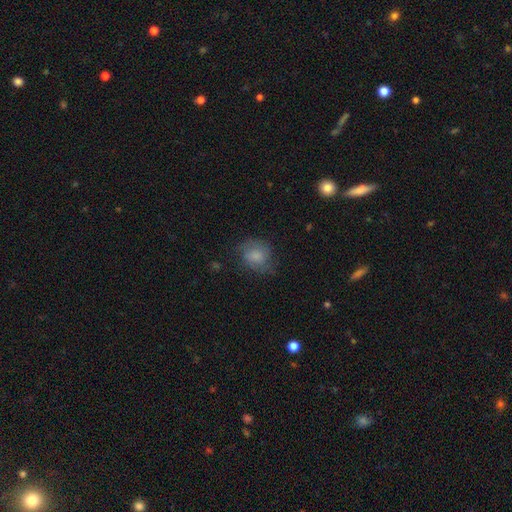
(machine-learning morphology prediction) Smooth or featured? smooth (71%)
How rounded? round (71%)
Merging? none (64%)